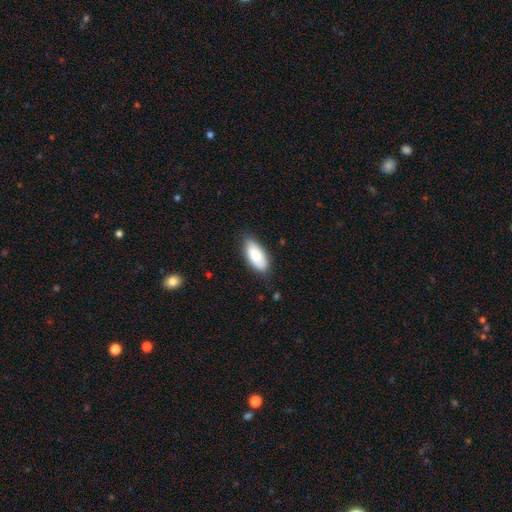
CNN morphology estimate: Smooth or featured? smooth (86%)
How rounded? in between (88%)
Merging? none (79%)